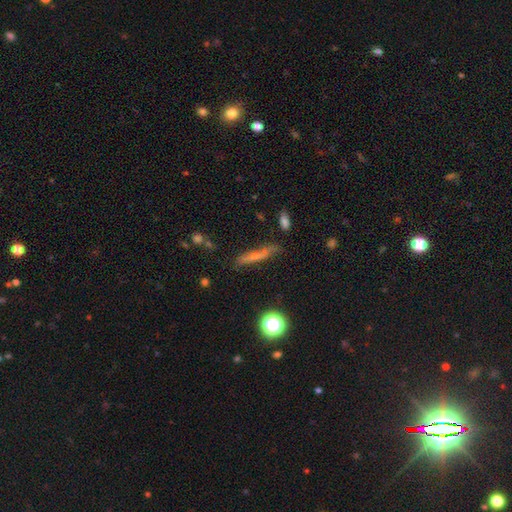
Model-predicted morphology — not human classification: A smooth galaxy with no disk features (52%) that is cigar-shaped (84%).

Vote fractions:
- Smooth or featured? smooth: 52% / featured or disk: 36% / star or artifact: 12%
- How rounded? cigar-shaped: 84% / in between: 11% / round: 5%
- Merging? none: 72% / minor disturbance: 18% / major disturbance: 5% / merger: 4%